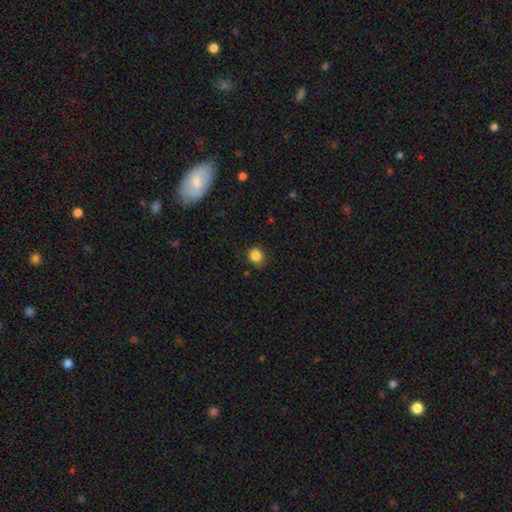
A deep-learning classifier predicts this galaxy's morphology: smooth-or-featured: smooth: 85% | star or artifact: 11% | featured or disk: 4%
  how-rounded: round: 77% | in between: 22% | cigar-shaped: 1%
  merging: none: 83% | minor disturbance: 13% | major disturbance: 3% | merger: 1%